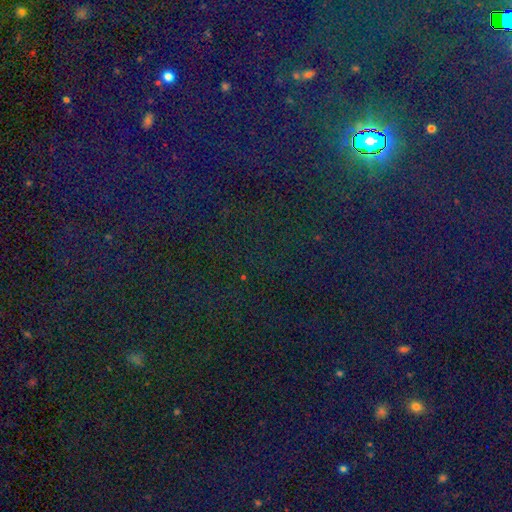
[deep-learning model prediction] A star or artifact, not a galaxy (84%).